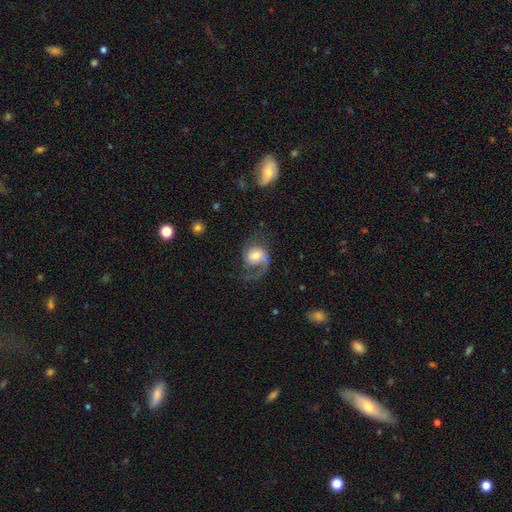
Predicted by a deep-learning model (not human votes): Q: Smooth or featured?
A: featured or disk (74%); runner-up: smooth (19%)
Q: Edge-on disk?
A: no (98%); runner-up: yes (2%)
Q: Bar?
A: no (60%); runner-up: weak (33%)
Q: Spiral arms?
A: yes (94%); runner-up: no (6%)
Q: Spiral winding?
A: medium (43%); runner-up: loose (39%)
Q: Spiral arm count?
A: 1 (49%); runner-up: 2 (43%)
Q: Bulge size?
A: moderate (58%); runner-up: small (24%)
Q: Merging?
A: none (52%); runner-up: major disturbance (28%)